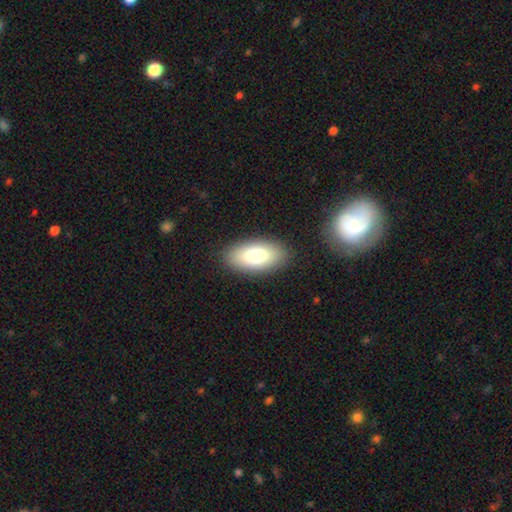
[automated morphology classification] The model was most divided on "smooth or featured": smooth: 76%, featured or disk: 16%, star or artifact: 8%. More confident: how rounded — in between (92%); merging — none (88%).